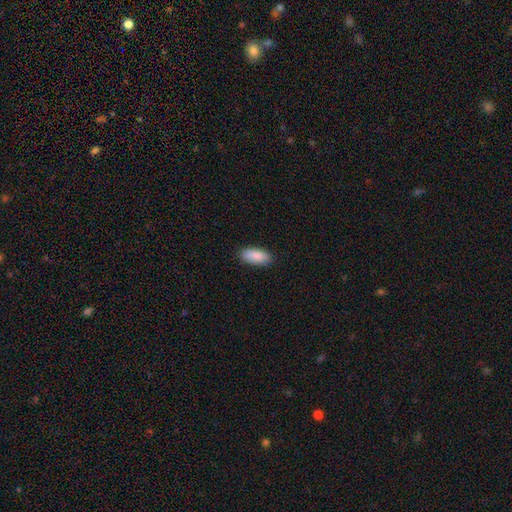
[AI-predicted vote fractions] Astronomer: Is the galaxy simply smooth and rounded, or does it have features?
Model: smooth — 89%.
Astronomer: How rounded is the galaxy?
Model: in between — 86%.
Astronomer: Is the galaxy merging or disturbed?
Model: none — 89%.